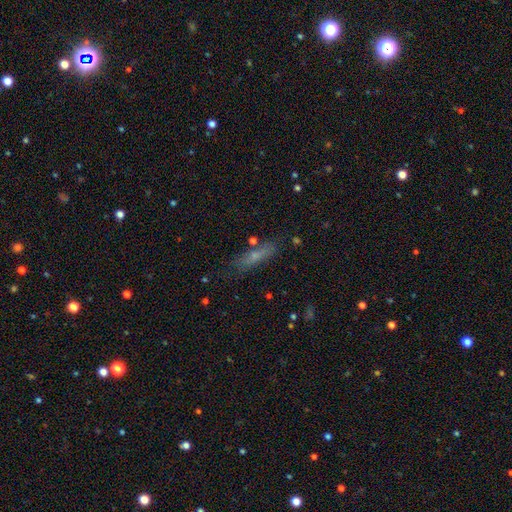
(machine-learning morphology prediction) Smooth or featured?
  - smooth: 59% *
  - featured or disk: 29%
  - star or artifact: 12%
How rounded?
  - cigar-shaped: 76% *
  - in between: 21%
  - round: 3%
Merging?
  - none: 74% *
  - minor disturbance: 16%
  - major disturbance: 5%
  - merger: 5%